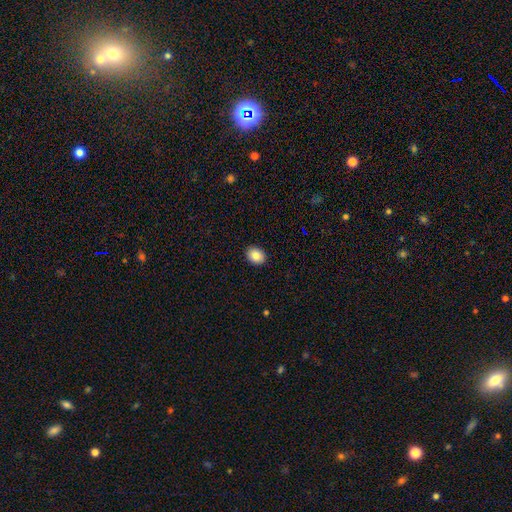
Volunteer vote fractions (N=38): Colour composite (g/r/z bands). It shows a smooth galaxy with no disk features (84%) that is round (56%). Merging: none (94%).